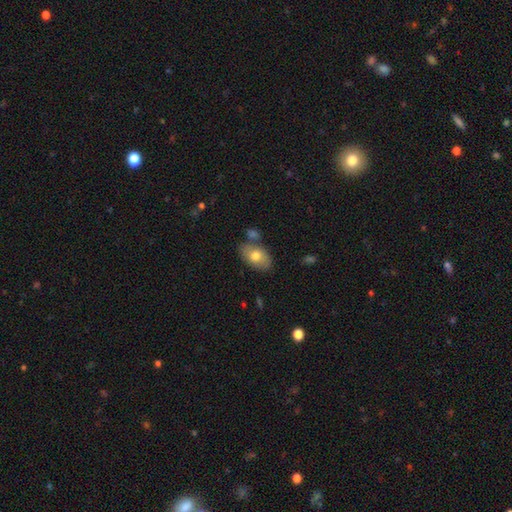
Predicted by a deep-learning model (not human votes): Smooth or featured: smooth — 72% (featured or disk — 21%)
How rounded: in between — 89% (round — 10%)
Merging: none — 68% (minor disturbance — 16%)